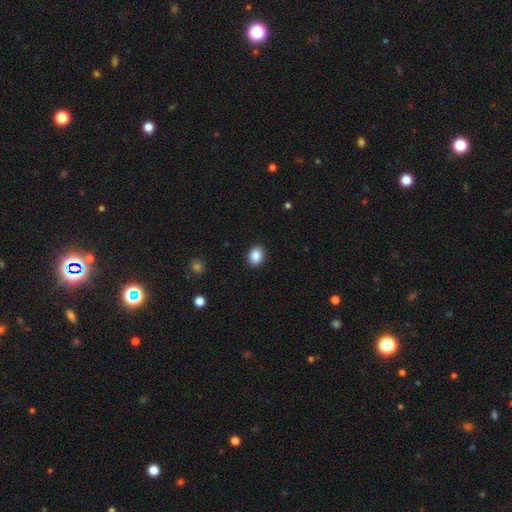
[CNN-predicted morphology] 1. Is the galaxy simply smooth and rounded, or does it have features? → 87% smooth, 9% star or artifact, 4% featured or disk.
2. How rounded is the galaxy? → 57% in between, 42% round, 1% cigar-shaped.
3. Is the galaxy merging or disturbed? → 91% none, 6% minor disturbance, 2% major disturbance, 1% merger.